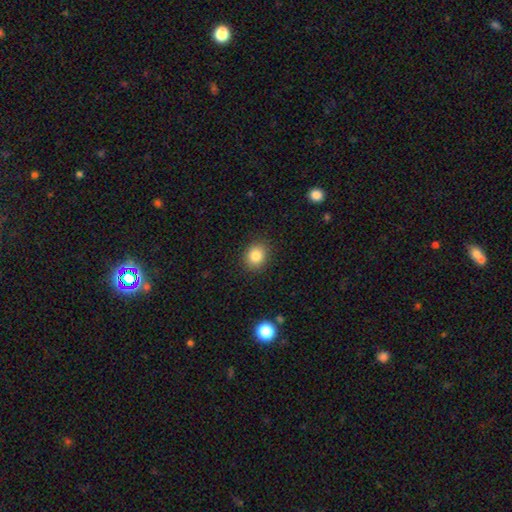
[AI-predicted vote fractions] A smooth galaxy with no disk features (85%) that is round (68%). Merging: none (89%).